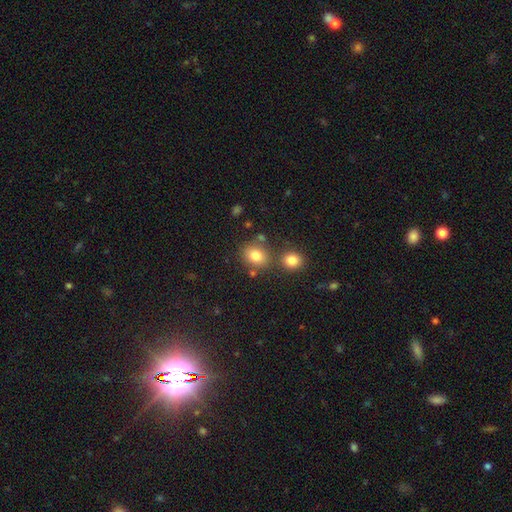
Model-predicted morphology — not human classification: A smooth galaxy with no disk features (80%) that is round (54%). Merging: none (70%).